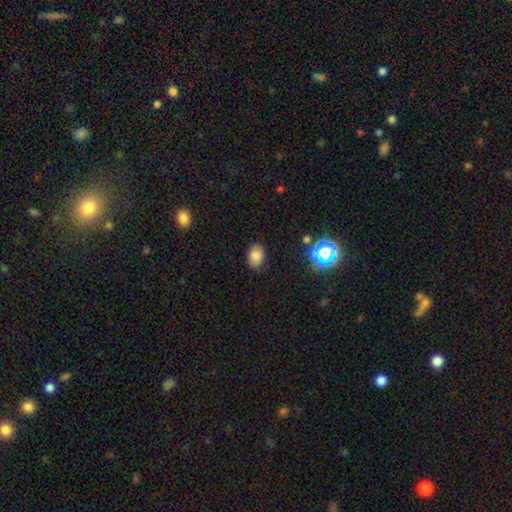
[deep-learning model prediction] smooth_or_featured: smooth (p=0.79) [alt: star or artifact p=0.13]
how_rounded: in between (p=0.80) [alt: round p=0.19]
merging: none (p=0.83) [alt: minor disturbance p=0.13]